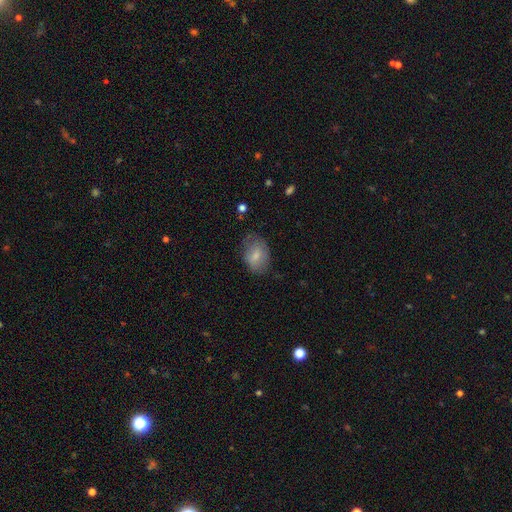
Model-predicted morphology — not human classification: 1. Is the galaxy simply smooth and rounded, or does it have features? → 73% smooth, 20% featured or disk, 7% star or artifact.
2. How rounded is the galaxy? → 82% in between, 17% round, 1% cigar-shaped.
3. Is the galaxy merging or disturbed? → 62% none, 27% minor disturbance, 9% major disturbance, 2% merger.